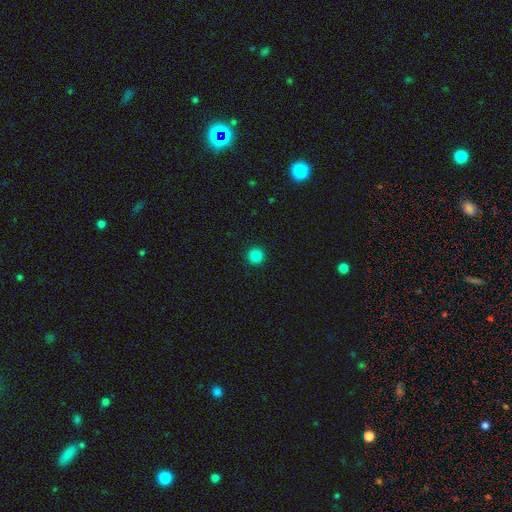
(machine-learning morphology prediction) smooth 85%, star or artifact 12%, featured or disk 3%. Down the decision tree: how rounded — round (96%); merging — none (93%).